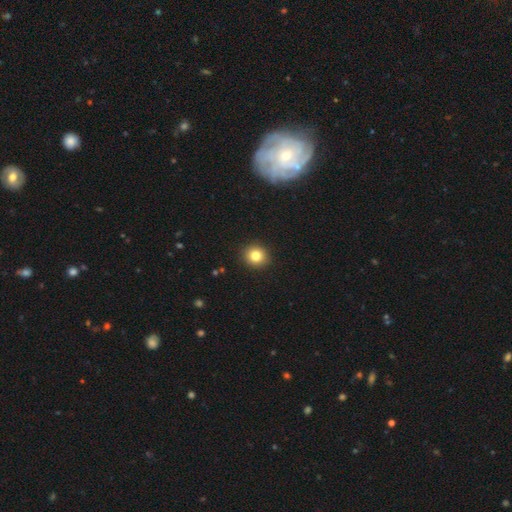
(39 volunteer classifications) This is likely a smooth galaxy (77%). How rounded: clearly round (93%). Merging: clearly none (91%).